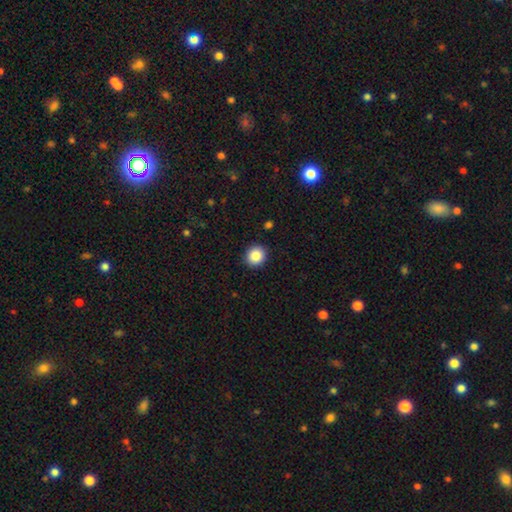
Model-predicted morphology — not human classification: This appears to be a smooth galaxy with no disk features (87%) that is round (85%). Merging: none (91%).